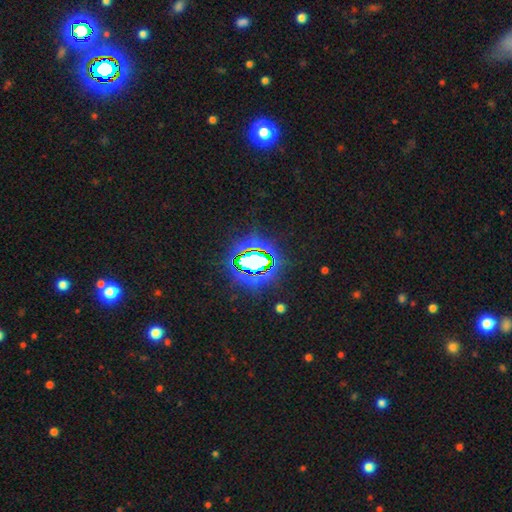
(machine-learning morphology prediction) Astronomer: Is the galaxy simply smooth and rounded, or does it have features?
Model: star or artifact — 78%.